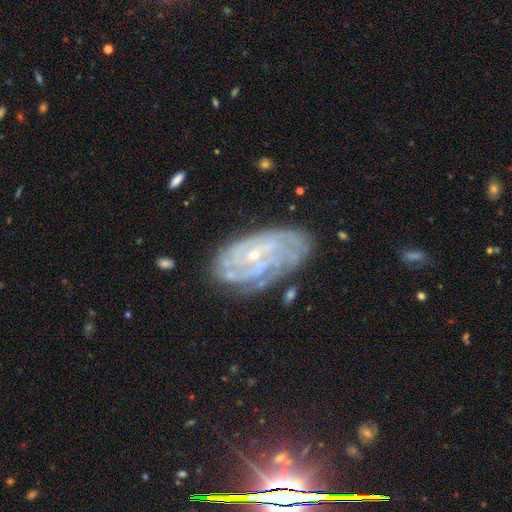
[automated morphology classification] Smooth or featured: featured or disk — 84% (smooth — 8%)
Edge-on disk: no — 95% (yes — 5%)
Bar: no — 60% (weak — 31%)
Spiral arms: yes — 95% (no — 5%)
Spiral winding: tight — 72% (medium — 23%)
Spiral arm count: can't tell — 33% (4 — 22%)
Bulge size: small — 80% (moderate — 16%)
Merging: none — 73% (minor disturbance — 19%)